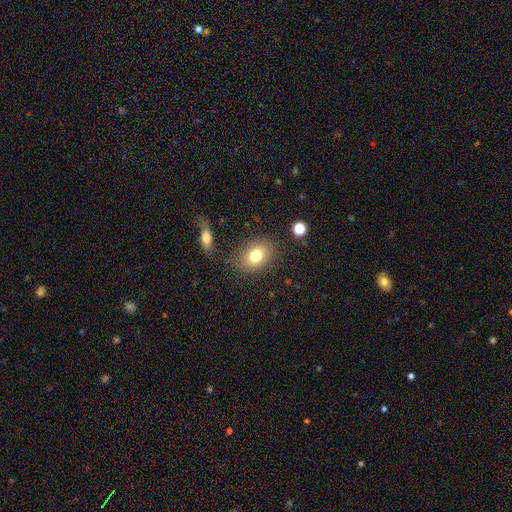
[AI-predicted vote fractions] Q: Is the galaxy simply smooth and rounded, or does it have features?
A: smooth — 79%.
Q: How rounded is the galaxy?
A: in between — 70%.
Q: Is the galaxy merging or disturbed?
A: none — 79%.